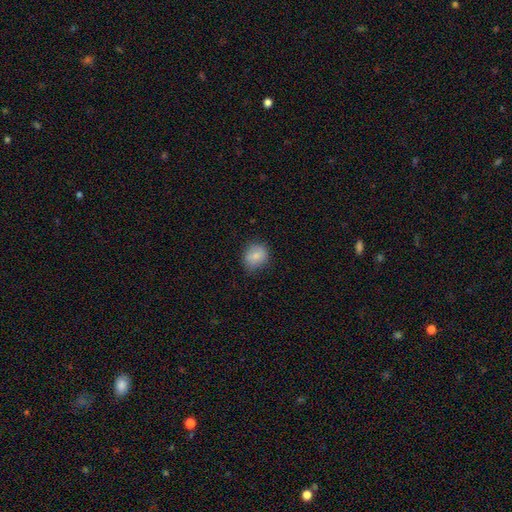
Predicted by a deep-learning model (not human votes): smooth_or_featured: smooth (p=0.82) [alt: featured or disk p=0.10]
how_rounded: round (p=0.69) [alt: in between p=0.30]
merging: none (p=0.77) [alt: minor disturbance p=0.18]